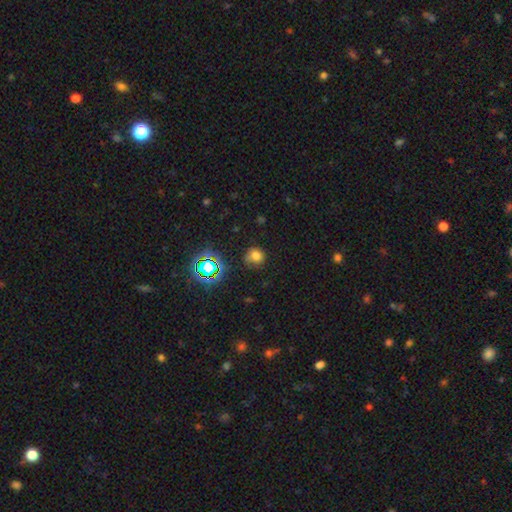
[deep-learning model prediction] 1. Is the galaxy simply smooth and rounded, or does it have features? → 70% smooth, 21% star or artifact, 9% featured or disk.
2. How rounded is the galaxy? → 82% round, 17% in between, 1% cigar-shaped.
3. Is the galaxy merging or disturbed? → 71% none, 20% minor disturbance, 7% major disturbance, 3% merger.